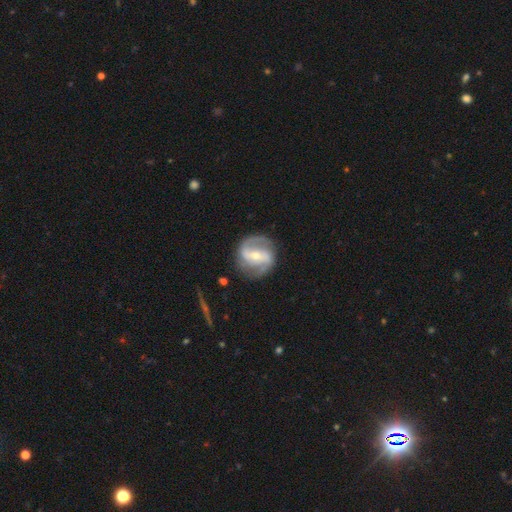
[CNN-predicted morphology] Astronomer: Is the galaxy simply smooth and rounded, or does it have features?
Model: featured or disk — 84%.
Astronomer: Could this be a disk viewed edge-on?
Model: no — 97%.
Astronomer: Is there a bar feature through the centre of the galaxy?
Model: strong — 44% (runner-up: weak, 37%).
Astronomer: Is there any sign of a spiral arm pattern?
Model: yes — 93%.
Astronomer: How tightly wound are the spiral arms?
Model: medium — 48% (runner-up: loose, 28%).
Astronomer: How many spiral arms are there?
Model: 2 — 87%.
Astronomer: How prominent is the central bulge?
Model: small — 50% (runner-up: moderate, 46%).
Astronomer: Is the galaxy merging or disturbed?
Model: none — 81%.